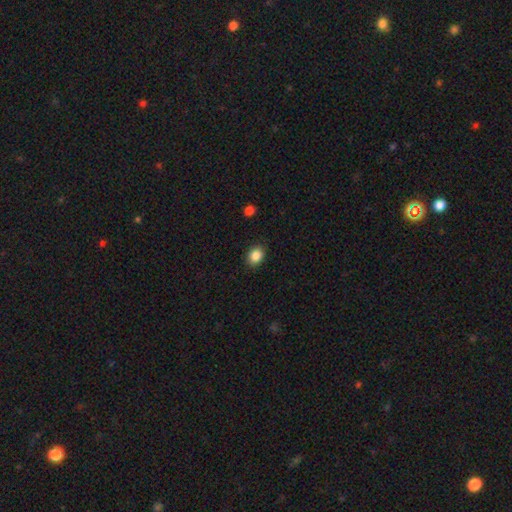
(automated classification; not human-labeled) A smooth galaxy with no disk features (86%) that is in between round and cigar-shaped (55%).

Vote fractions:
- Smooth or featured? smooth: 86% / star or artifact: 9% / featured or disk: 4%
- How rounded? in between: 55% / round: 44% / cigar-shaped: 1%
- Merging? none: 87% / minor disturbance: 9% / major disturbance: 2% / merger: 1%